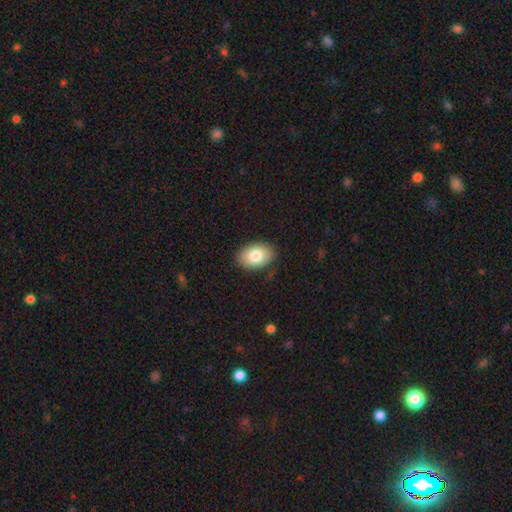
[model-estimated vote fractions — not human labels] This appears to be a smooth galaxy with no disk features (81%) that is in between round and cigar-shaped (86%). Merging: none (85%).